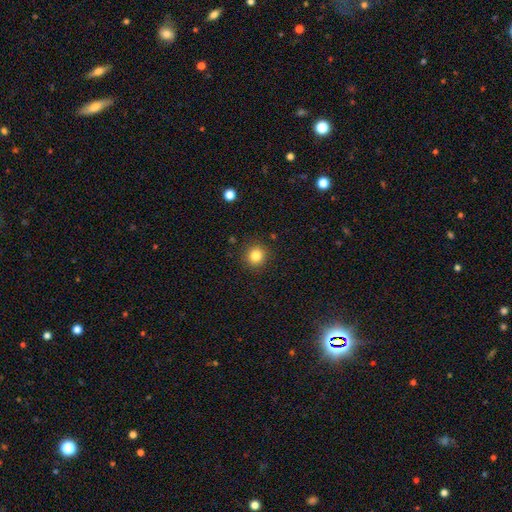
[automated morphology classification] Smooth or featured?
  - smooth: 83% *
  - star or artifact: 11%
  - featured or disk: 5%
How rounded?
  - round: 91% *
  - in between: 8%
  - cigar-shaped: 1%
Merging?
  - none: 90% *
  - minor disturbance: 6%
  - major disturbance: 2%
  - merger: 1%